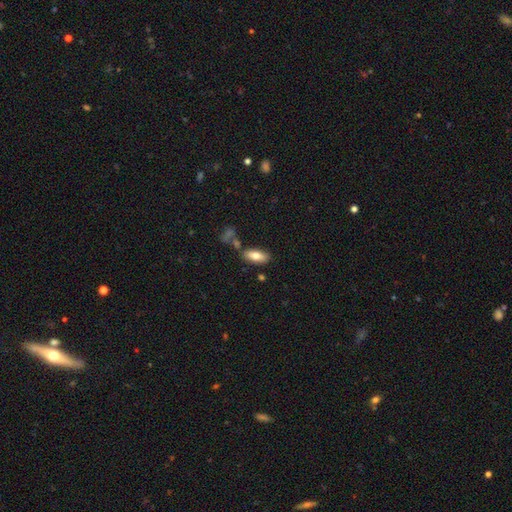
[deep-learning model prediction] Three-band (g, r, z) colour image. It shows a smooth galaxy with no disk features (75%) that is in between round and cigar-shaped (84%). Merging: none (76%).